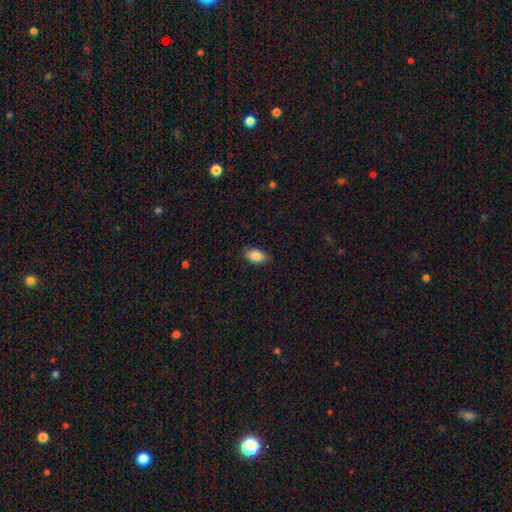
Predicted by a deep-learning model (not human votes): Smooth or featured: smooth — 87% (star or artifact — 7%)
How rounded: in between — 92% (round — 4%)
Merging: none — 86% (minor disturbance — 11%)